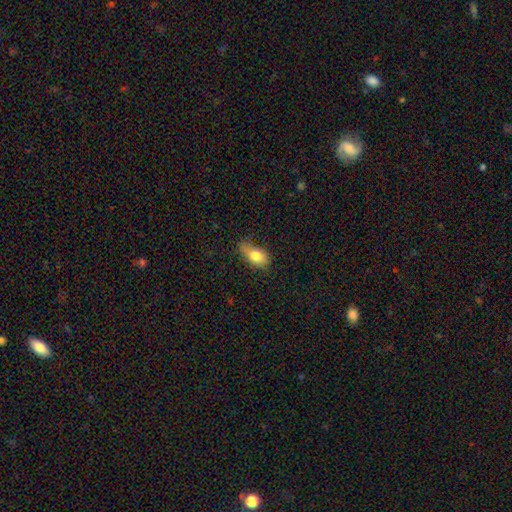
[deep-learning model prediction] A smooth galaxy with no disk features (80%) that is in between round and cigar-shaped (88%).

Vote fractions:
- Smooth or featured? smooth: 80% / featured or disk: 12% / star or artifact: 8%
- How rounded? in between: 88% / round: 7% / cigar-shaped: 5%
- Merging? none: 45% / minor disturbance: 39% / major disturbance: 13% / merger: 3%